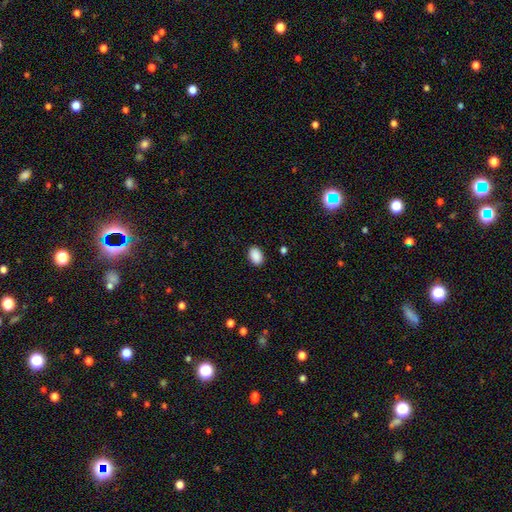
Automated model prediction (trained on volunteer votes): Smooth or featured? Predicted: smooth (p=0.90). How rounded? Predicted: in between (p=0.86). Merging? Predicted: none (p=0.89).